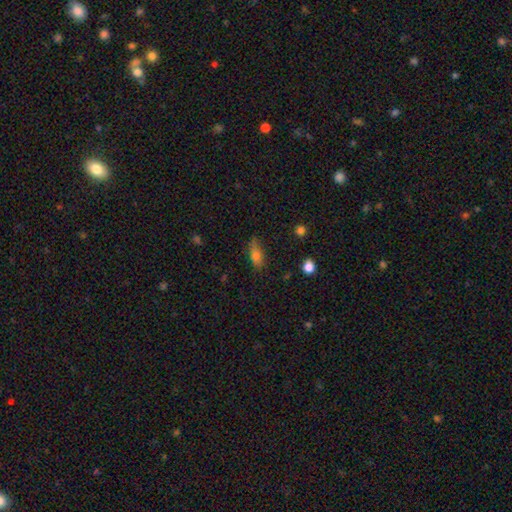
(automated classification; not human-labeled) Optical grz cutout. It shows a smooth galaxy with no disk features (74%) that is in between round and cigar-shaped (69%). Merging: none (62%).